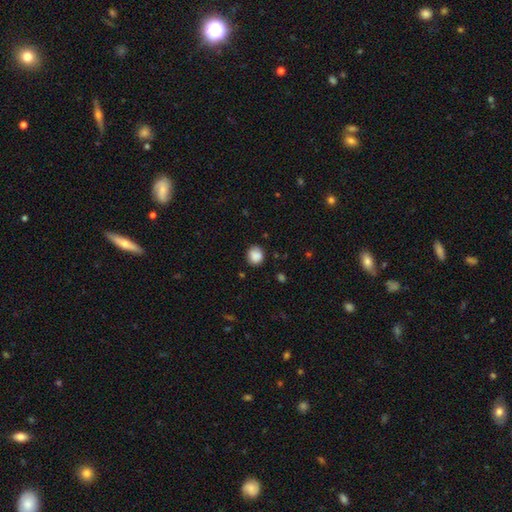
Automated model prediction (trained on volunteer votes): This is clearly a smooth galaxy (87%). How rounded: likely round (77%). Merging: likely none (79%).